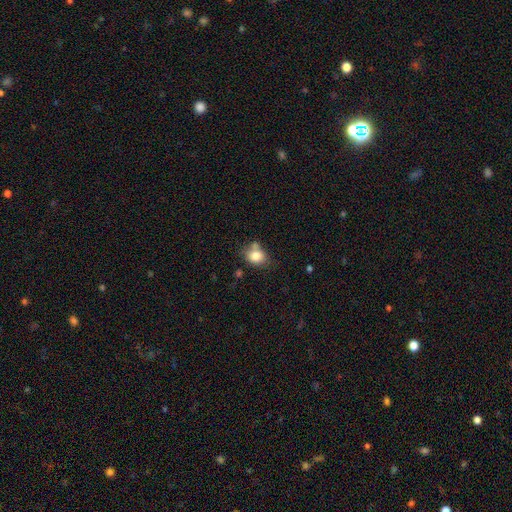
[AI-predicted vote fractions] Smooth or featured?
  - smooth: 80% *
  - featured or disk: 10%
  - star or artifact: 10%
How rounded?
  - round: 50% *
  - in between: 49%
  - cigar-shaped: 1%
Merging?
  - none: 56% *
  - minor disturbance: 21%
  - merger: 17%
  - major disturbance: 6%